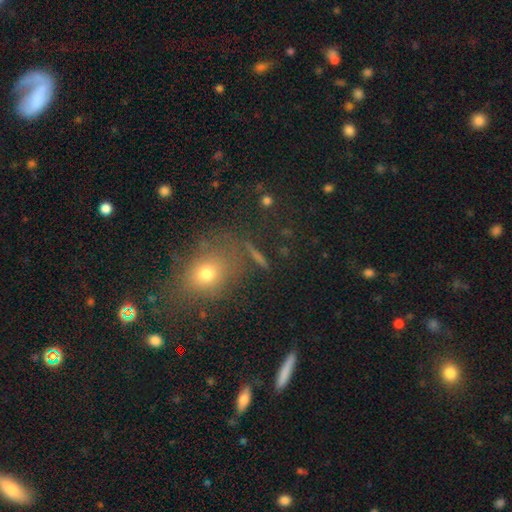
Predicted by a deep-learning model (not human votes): Smooth or featured: smooth — 47% (star or artifact — 33%)
Merging: none — 79% (minor disturbance — 10%)